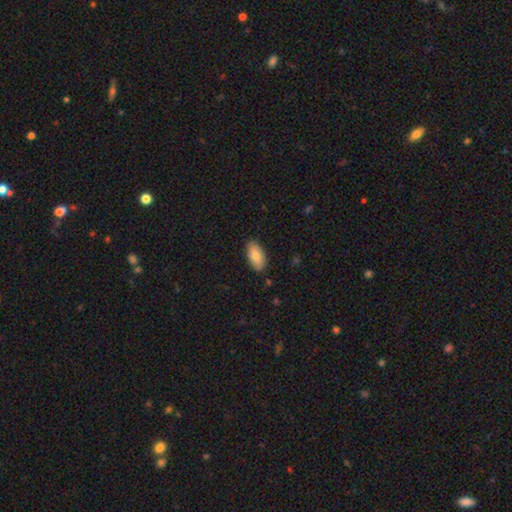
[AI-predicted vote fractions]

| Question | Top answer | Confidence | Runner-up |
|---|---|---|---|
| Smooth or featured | smooth | 82% | featured or disk (12%) |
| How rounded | in between | 94% | cigar-shaped (4%) |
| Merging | none | 87% | minor disturbance (10%) |